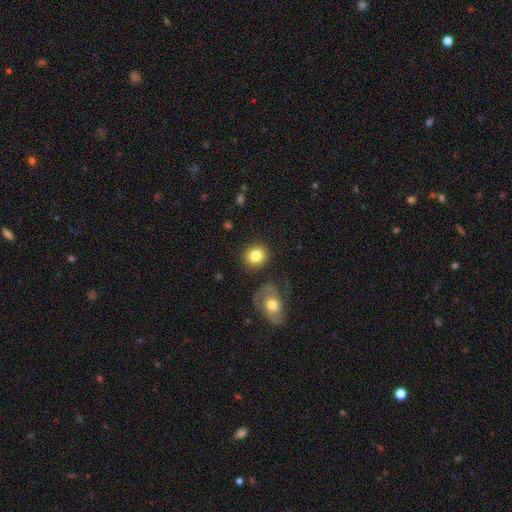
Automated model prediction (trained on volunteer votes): A smooth galaxy with no disk features (81%) that is round (78%).

Vote fractions:
- Smooth or featured? smooth: 81% / featured or disk: 10% / star or artifact: 9%
- How rounded? round: 78% / in between: 21% / cigar-shaped: 1%
- Merging? none: 83% / minor disturbance: 9% / merger: 5% / major disturbance: 3%